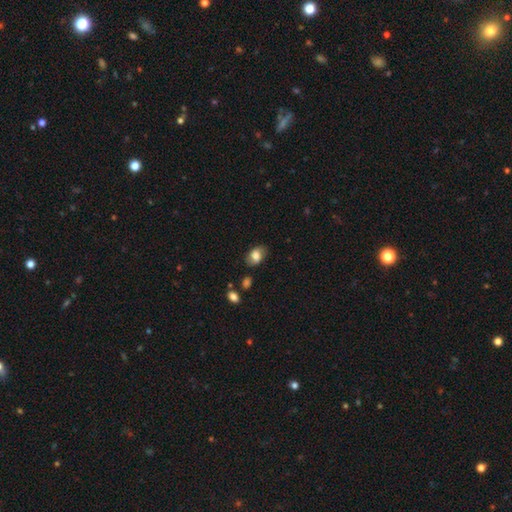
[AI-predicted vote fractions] Smooth or featured?
  - smooth: 75% *
  - featured or disk: 17%
  - star or artifact: 8%
How rounded?
  - in between: 85% *
  - round: 13%
  - cigar-shaped: 1%
Merging?
  - none: 76% *
  - minor disturbance: 17%
  - major disturbance: 4%
  - merger: 2%